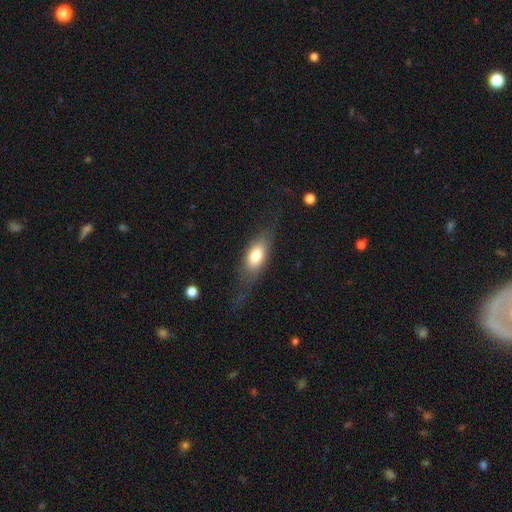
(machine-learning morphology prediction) This appears to be a smooth galaxy with no disk features (70%) that is in between round and cigar-shaped (79%). Merging: none (57%).